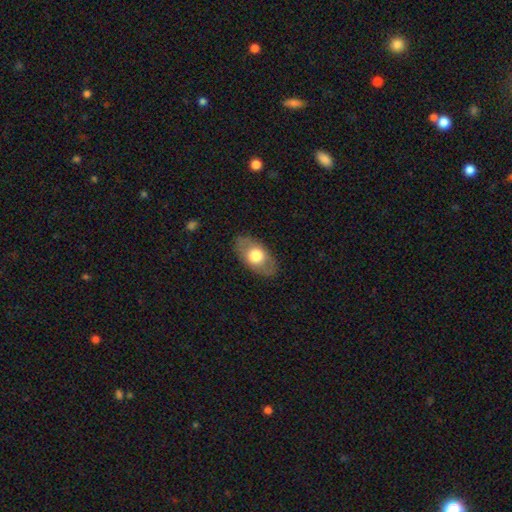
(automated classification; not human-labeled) Smooth or featured? smooth (62%)
How rounded? in between (90%)
Merging? none (84%)